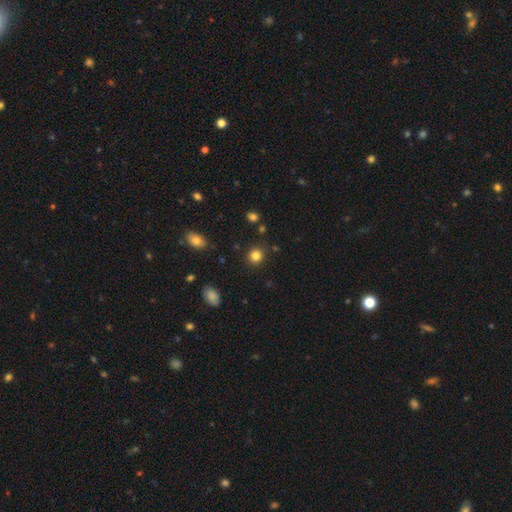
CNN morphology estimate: A smooth galaxy with no disk features (84%) that is round (89%). Merging: none (89%).